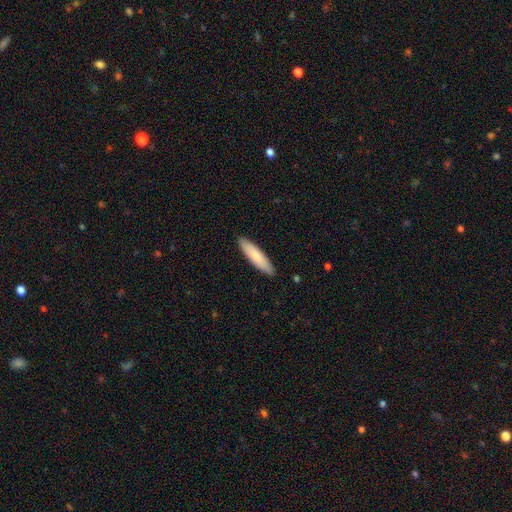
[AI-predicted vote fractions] Smooth or featured? Predicted: smooth (p=0.80). How rounded? Predicted: cigar-shaped (p=0.75). Merging? Predicted: none (p=0.90).